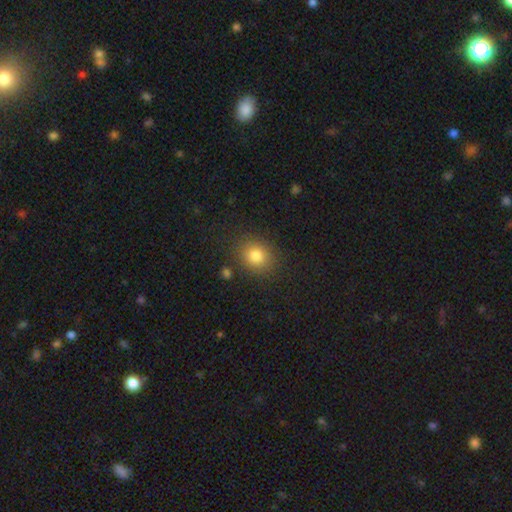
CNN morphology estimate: smooth 82%, star or artifact 11%, featured or disk 7%. Down the decision tree: how rounded — round (67%); merging — none (84%).